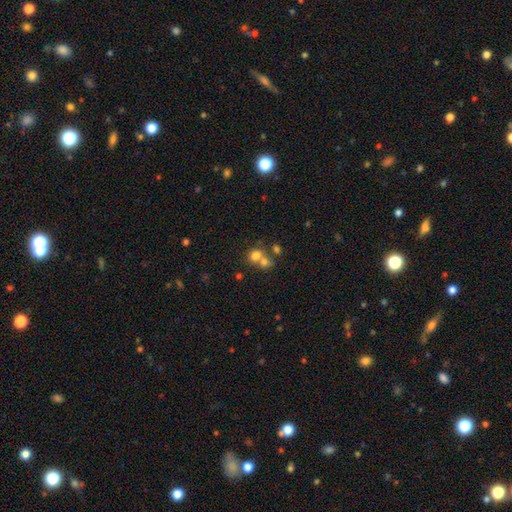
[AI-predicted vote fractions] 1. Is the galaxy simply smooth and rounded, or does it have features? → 73% smooth, 14% star or artifact, 13% featured or disk.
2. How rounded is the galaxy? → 77% round, 22% in between, 1% cigar-shaped.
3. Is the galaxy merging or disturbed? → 48% merger, 42% none, 7% minor disturbance, 4% major disturbance.